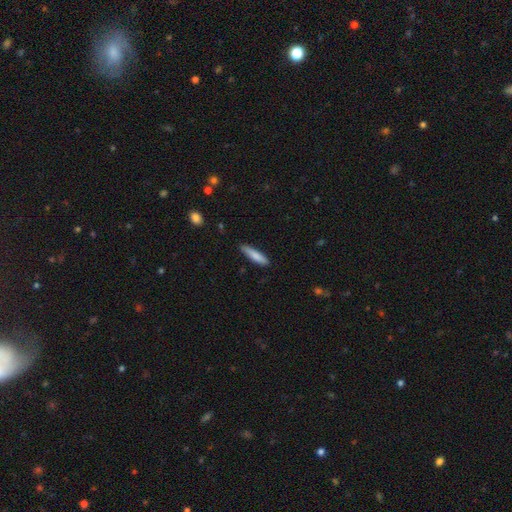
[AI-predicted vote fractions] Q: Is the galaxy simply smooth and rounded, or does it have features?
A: smooth — 82%.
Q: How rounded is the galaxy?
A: cigar-shaped — 83%.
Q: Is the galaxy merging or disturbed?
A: none — 84%.